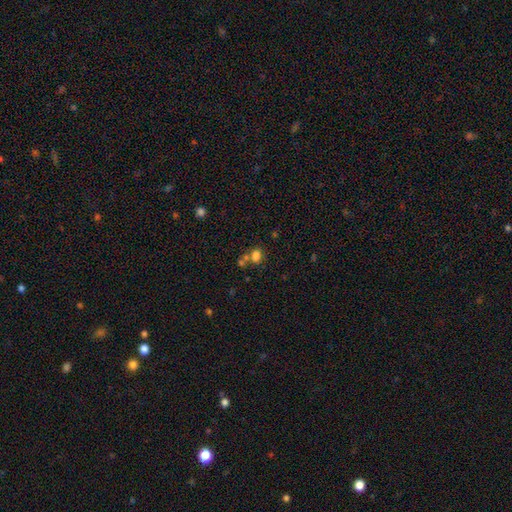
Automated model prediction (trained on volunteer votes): The model was most divided on "merging": none: 51%, merger: 32%, minor disturbance: 12%, major disturbance: 6%. More confident: smooth or featured — smooth (74%); how rounded — in between (65%).